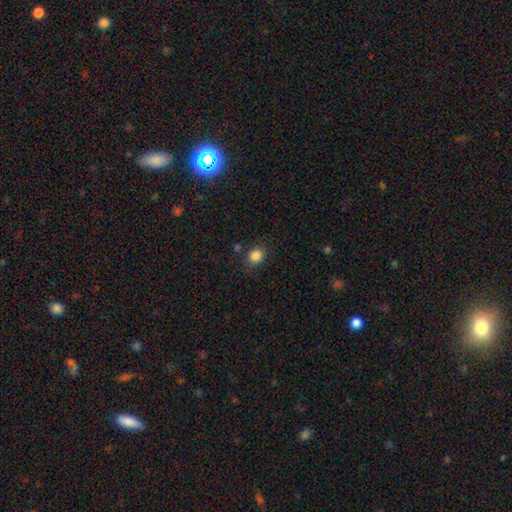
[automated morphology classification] type=smooth (85%); roundness=round (64%); merging=none (80%).